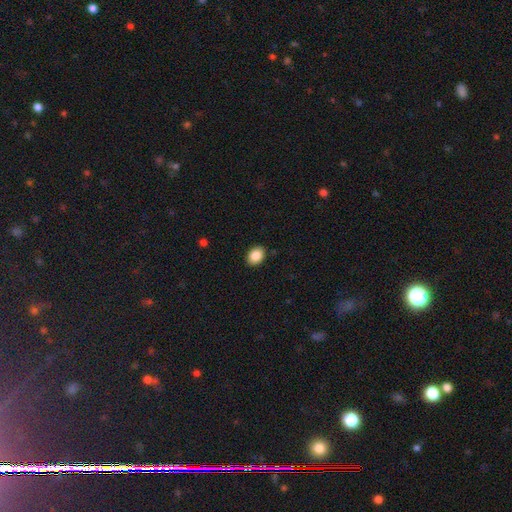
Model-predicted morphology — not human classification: Overall: smooth (88%). How rounded: in between (71%). Merging: none (89%).